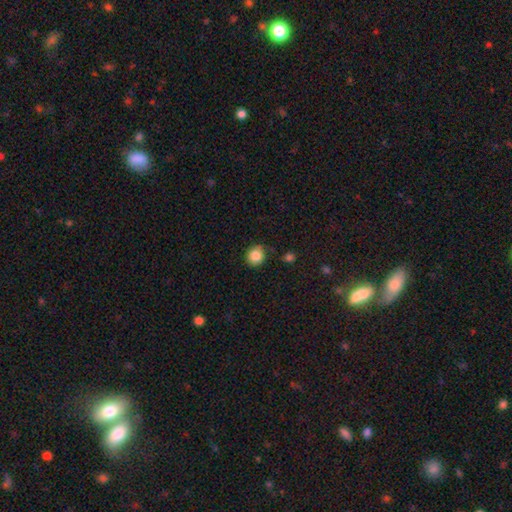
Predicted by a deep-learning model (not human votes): smooth_or_featured: smooth (p=0.85) [alt: star or artifact p=0.10]
how_rounded: round (p=0.84) [alt: in between p=0.16]
merging: none (p=0.83) [alt: minor disturbance p=0.12]